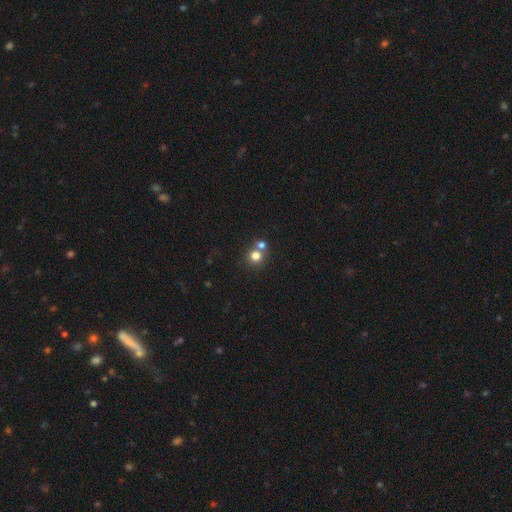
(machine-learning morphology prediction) Q: Smooth or featured?
A: smooth (77%); runner-up: star or artifact (14%)
Q: How rounded?
A: round (88%); runner-up: in between (11%)
Q: Merging?
A: none (53%); runner-up: merger (38%)